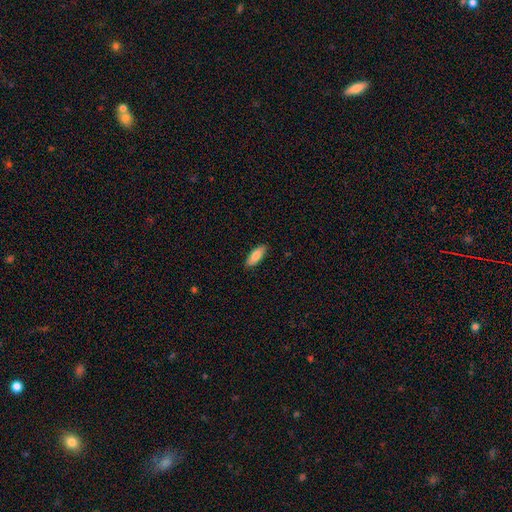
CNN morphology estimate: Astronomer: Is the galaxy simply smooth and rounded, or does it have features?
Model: smooth — 82%.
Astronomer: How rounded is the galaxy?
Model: in between — 71%.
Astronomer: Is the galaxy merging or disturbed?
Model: none — 87%.